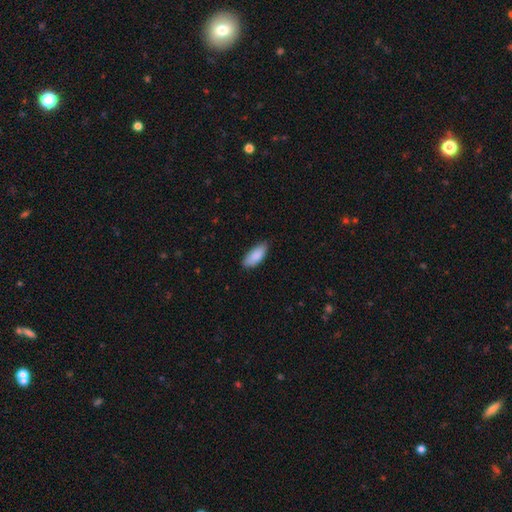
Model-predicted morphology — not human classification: Smooth or featured: smooth — 89% (star or artifact — 6%)
How rounded: in between — 84% (cigar-shaped — 15%)
Merging: none — 79% (minor disturbance — 18%)